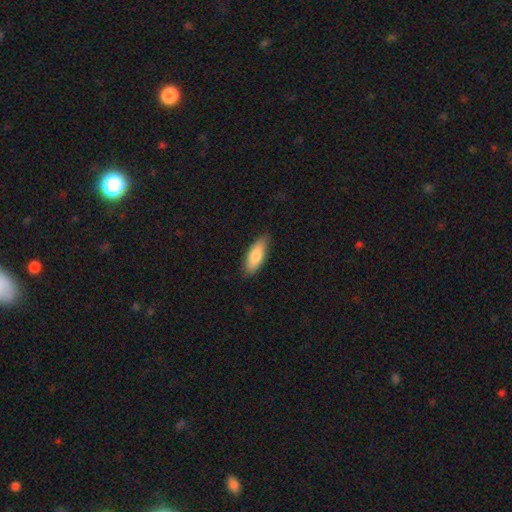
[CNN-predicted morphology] smooth 81%, featured or disk 14%, star or artifact 6%. Down the decision tree: how rounded — in between (68%); merging — none (86%).